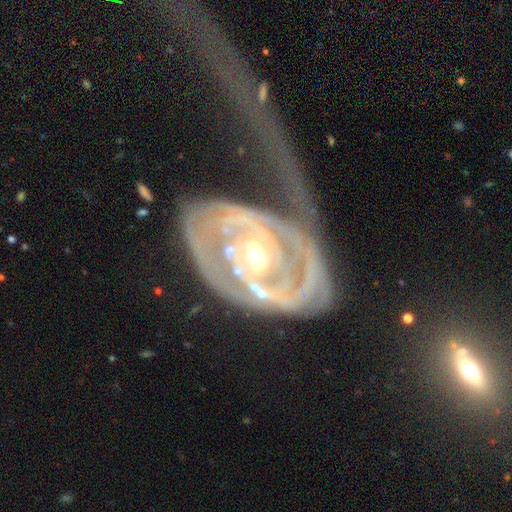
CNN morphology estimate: This is clearly a featured or disk galaxy (87%). It is clearly not viewed edge-on (95%). Bar: possibly no (53%). Spiral arm pattern: clearly yes (82%). Spiral arm count: marginally can't tell (33%). Spiral winding: likely tight (60%). Central bulge: possibly moderate (53%). Merging: possibly major disturbance (56%).